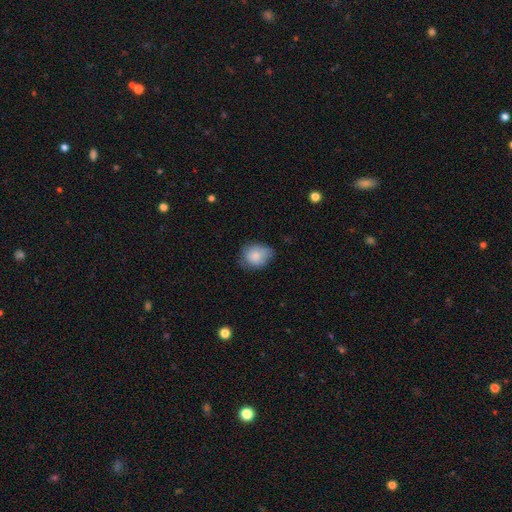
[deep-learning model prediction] Smooth or featured? smooth (82%)
How rounded? round (58%)
Merging? none (58%)